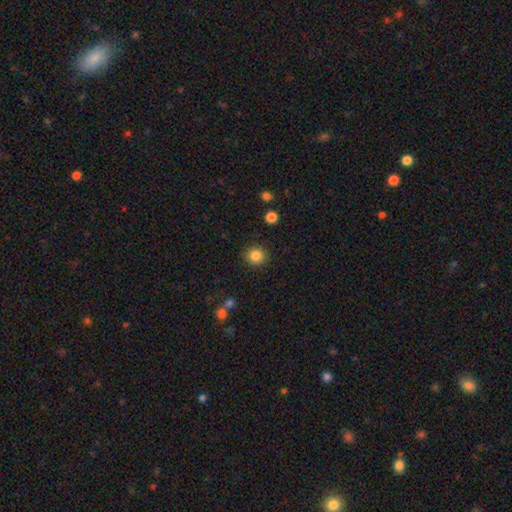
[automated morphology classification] smooth_or_featured: smooth (p=0.85) [alt: star or artifact p=0.10]
how_rounded: round (p=0.88) [alt: in between p=0.11]
merging: none (p=0.89) [alt: minor disturbance p=0.07]